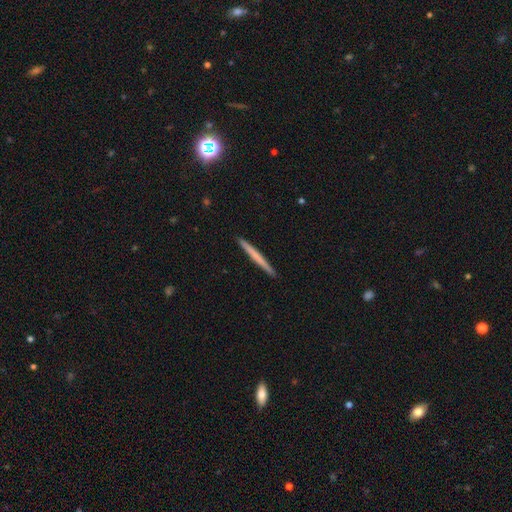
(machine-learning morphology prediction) Q: Smooth or featured?
A: smooth (57%); runner-up: featured or disk (38%)
Q: How rounded?
A: cigar-shaped (97%); runner-up: in between (2%)
Q: Merging?
A: none (93%); runner-up: minor disturbance (5%)